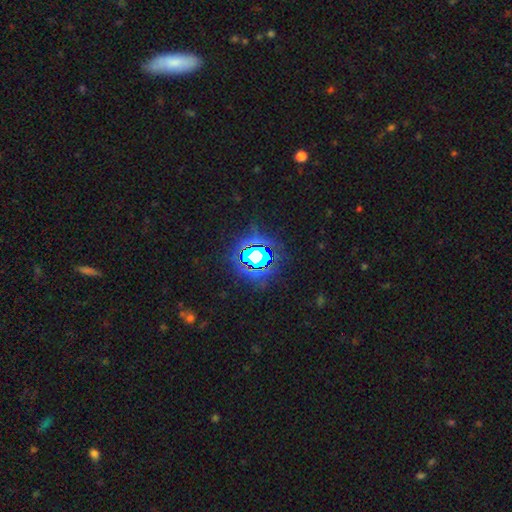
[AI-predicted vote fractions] Morphology: type=star or artifact (76%).